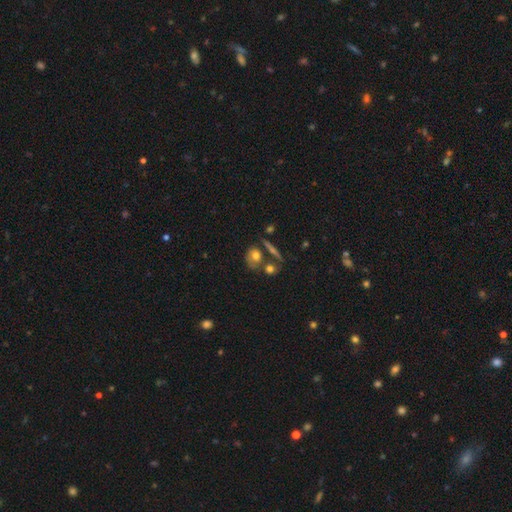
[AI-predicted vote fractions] Overall: smooth (63%; featured or disk 27%). How rounded: in between (49%; round 46%). Merging: none (51%; merger 25%).